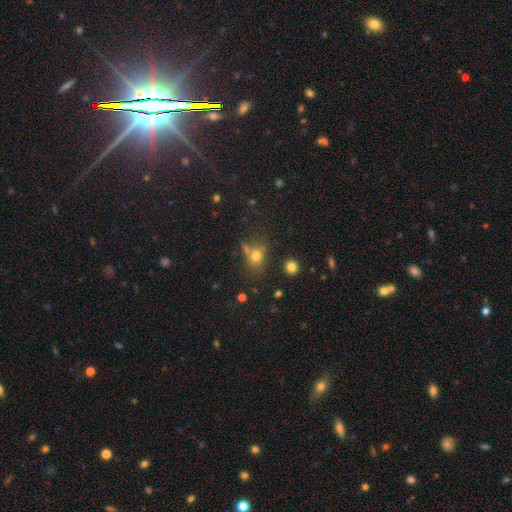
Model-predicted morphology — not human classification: Overall: smooth (72%). How rounded: round (60%; in between 39%). Merging: none (59%).